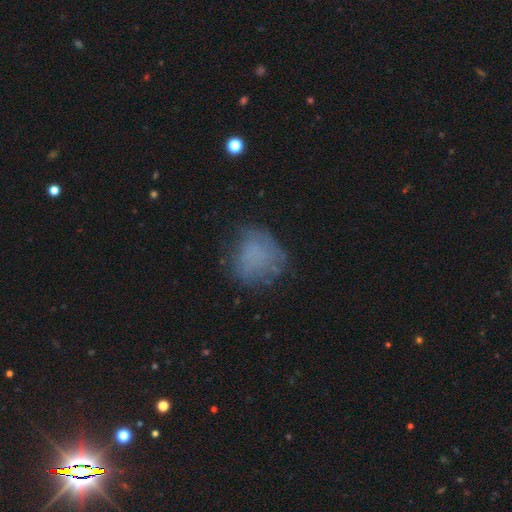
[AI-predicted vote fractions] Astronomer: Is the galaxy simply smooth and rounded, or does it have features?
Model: smooth — 62%.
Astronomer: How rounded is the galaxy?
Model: round — 75%.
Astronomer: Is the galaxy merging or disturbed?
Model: none — 59%.